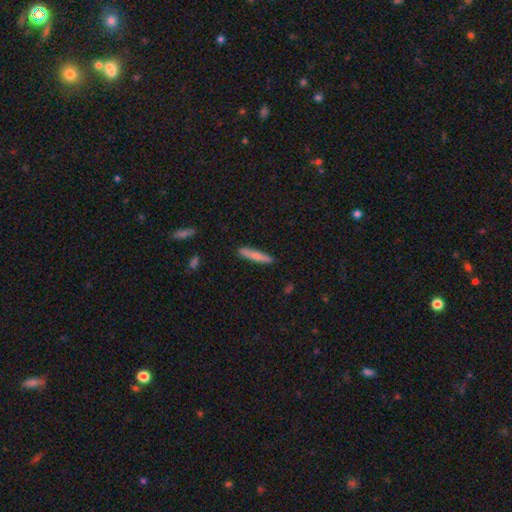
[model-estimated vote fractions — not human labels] smooth 66%, featured or disk 28%, star or artifact 6%. Down the decision tree: how rounded — cigar-shaped (91%); merging — none (88%).